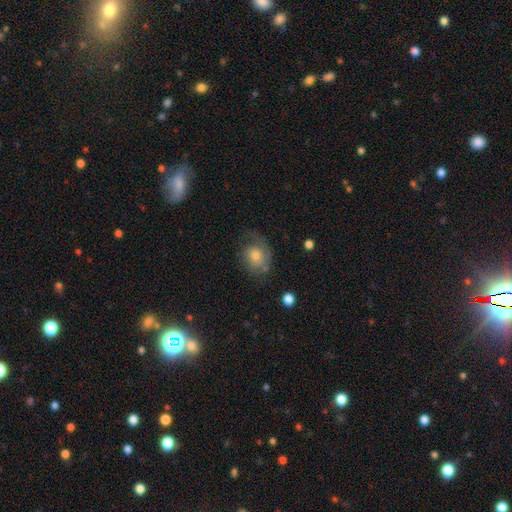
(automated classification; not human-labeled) Smooth or featured: featured or disk — 52% (smooth — 36%)
Edge-on disk: no — 96% (yes — 4%)
Bar: no — 81% (weak — 17%)
Spiral arms: yes — 80% (no — 20%)
Bulge size: moderate — 53% (small — 37%)
Merging: none — 58% (minor disturbance — 22%)